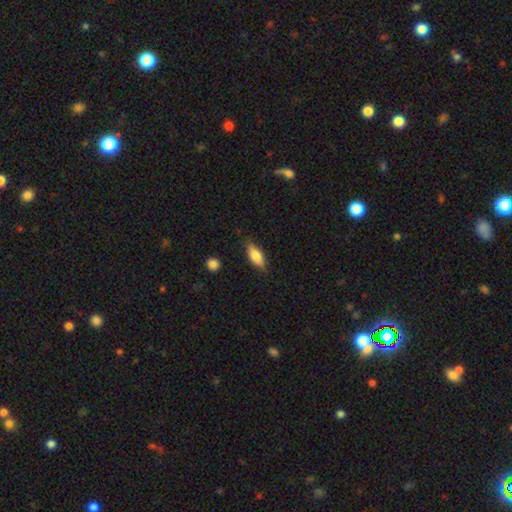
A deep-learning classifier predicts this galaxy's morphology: Smooth or featured? smooth (77%)
How rounded? in between (73%)
Merging? none (83%)